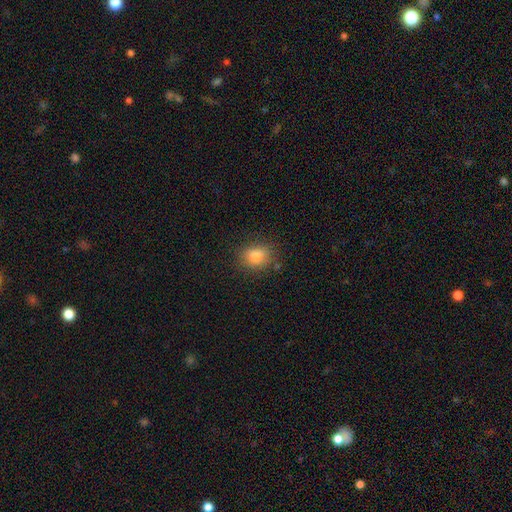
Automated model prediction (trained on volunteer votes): A smooth galaxy with no disk features (83%) that is in between round and cigar-shaped (52%).

Vote fractions:
- Smooth or featured? smooth: 83% / star or artifact: 11% / featured or disk: 6%
- How rounded? in between: 52% / round: 47% / cigar-shaped: 1%
- Merging? none: 77% / minor disturbance: 16% / major disturbance: 5% / merger: 2%